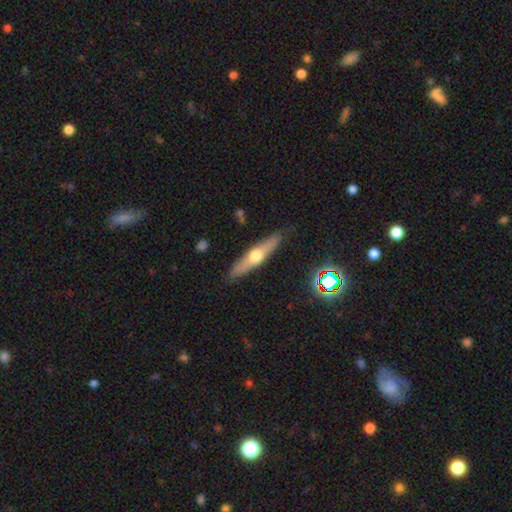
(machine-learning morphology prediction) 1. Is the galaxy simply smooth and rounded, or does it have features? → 55% featured or disk, 38% smooth, 6% star or artifact.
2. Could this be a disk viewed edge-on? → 90% yes, 10% no.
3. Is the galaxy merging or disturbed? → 88% none, 9% minor disturbance, 2% major disturbance, 1% merger.